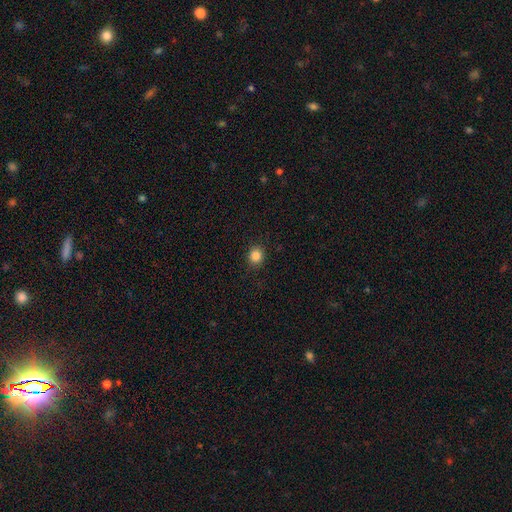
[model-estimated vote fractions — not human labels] Smooth or featured? smooth (85%)
How rounded? round (86%)
Merging? none (90%)